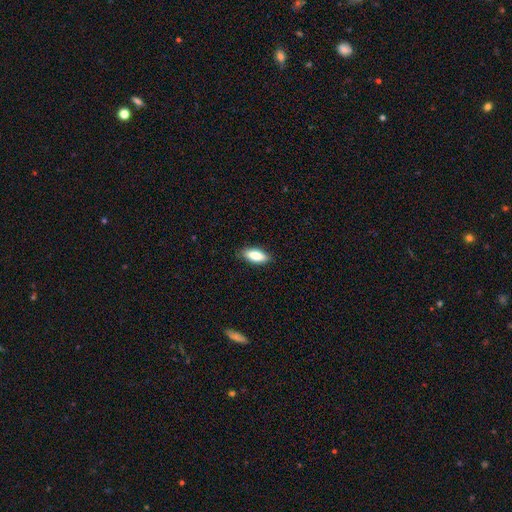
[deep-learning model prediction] A smooth galaxy with no disk features (80%) that is in between round and cigar-shaped (79%).

Vote fractions:
- Smooth or featured? smooth: 80% / featured or disk: 14% / star or artifact: 6%
- How rounded? in between: 79% / cigar-shaped: 19% / round: 2%
- Merging? none: 87% / minor disturbance: 10% / major disturbance: 2% / merger: 1%